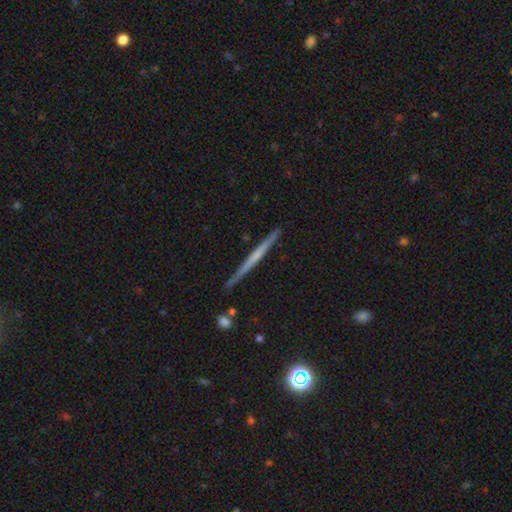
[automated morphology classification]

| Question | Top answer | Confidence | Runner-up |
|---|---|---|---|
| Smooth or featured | featured or disk | 58% | smooth (36%) |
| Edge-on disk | yes | 98% | no (2%) |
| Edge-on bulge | none | 84% | rounded (11%) |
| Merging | none | 90% | minor disturbance (7%) |